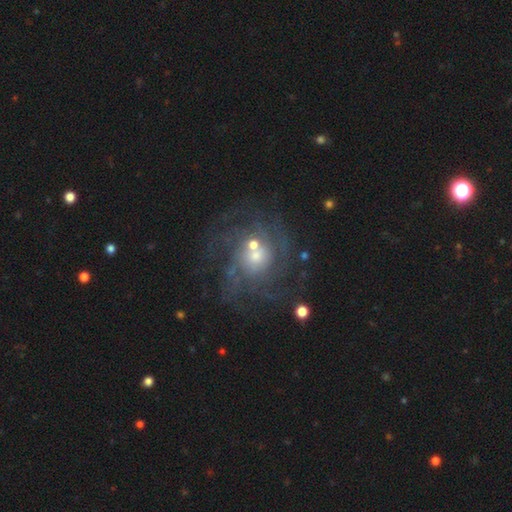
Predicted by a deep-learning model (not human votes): A featured or disk galaxy (77%) with no bar (77%), tight (51%) spiral arms (90%) and a small central bulge (47%). Merging: none (61%).